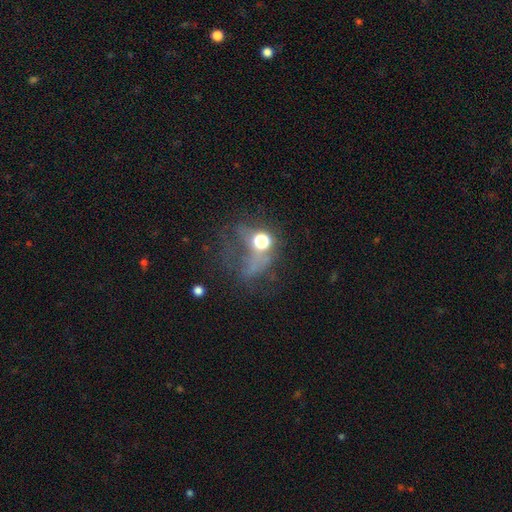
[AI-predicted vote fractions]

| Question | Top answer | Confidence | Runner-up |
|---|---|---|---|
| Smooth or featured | smooth | 35% | featured or disk (33%) |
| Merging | major disturbance | 47% | none (30%) |